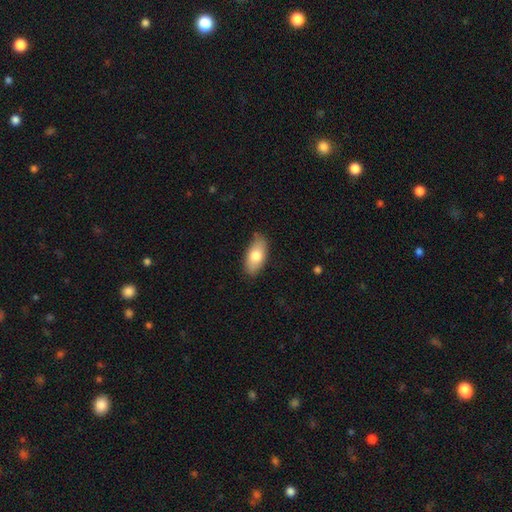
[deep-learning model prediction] This is likely a smooth galaxy (76%). How rounded: clearly in between (90%). Merging: clearly none (83%).